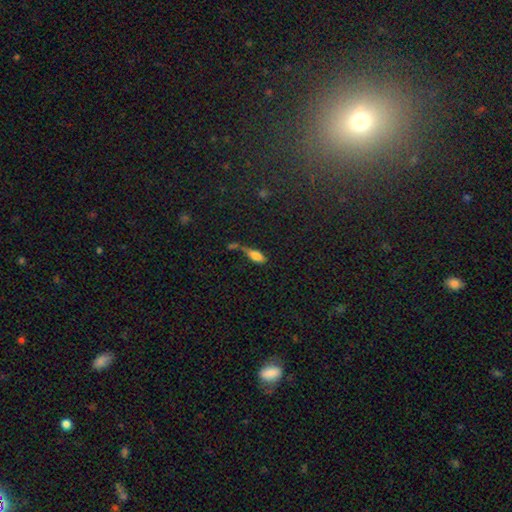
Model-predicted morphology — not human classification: Smooth or featured? Predicted: smooth (p=0.77). How rounded? Predicted: in between (p=0.75). Merging? Predicted: none (p=0.32).